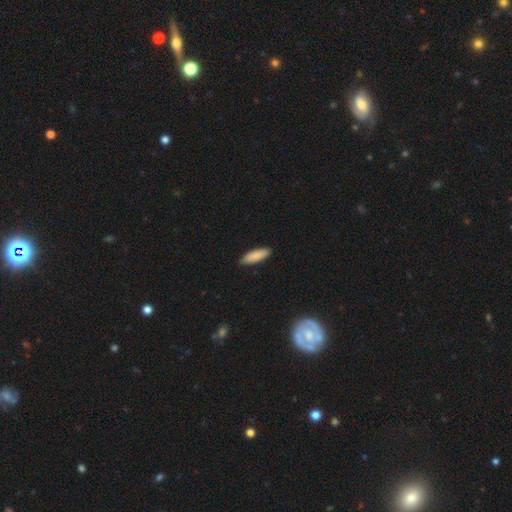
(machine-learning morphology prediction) Overall: smooth (87%). How rounded: in between (53%; cigar-shaped 46%). Merging: none (88%).